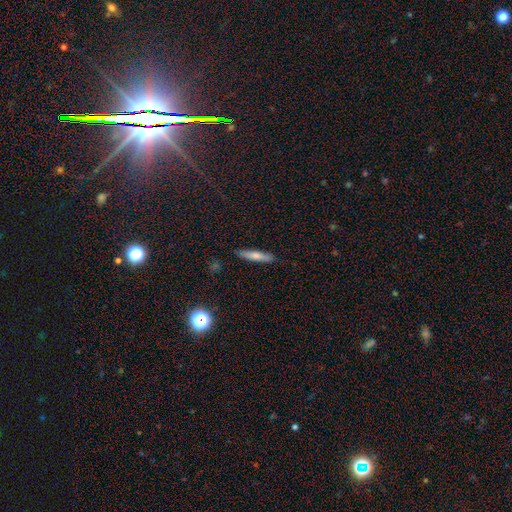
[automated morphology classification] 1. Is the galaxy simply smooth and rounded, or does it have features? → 71% smooth, 22% featured or disk, 7% star or artifact.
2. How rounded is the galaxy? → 86% cigar-shaped, 12% in between, 2% round.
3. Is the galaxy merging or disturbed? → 88% none, 9% minor disturbance, 2% major disturbance, 1% merger.